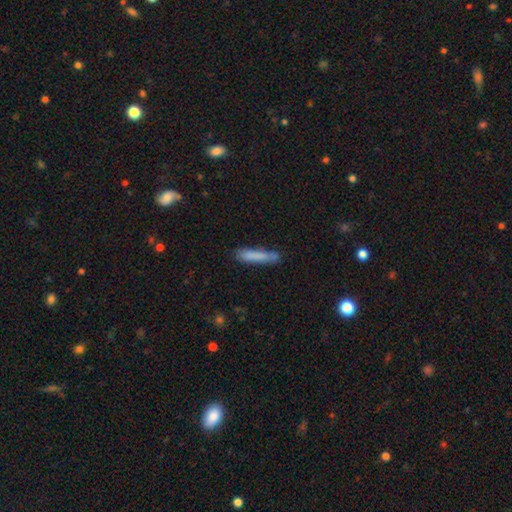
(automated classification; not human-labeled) Overall: smooth (79%). How rounded: cigar-shaped (89%). Merging: none (69%).